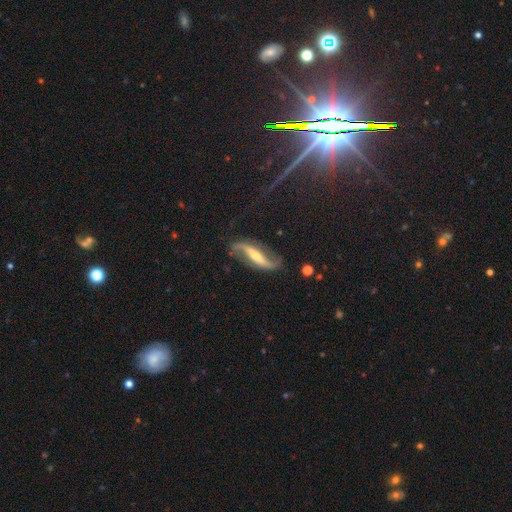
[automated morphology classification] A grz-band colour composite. It shows a featured or disk galaxy (87%) with a strong bar (54%), 2 (93%) loose (75%) spiral arms (96%) and a small central bulge (50%). Merging: none (77%).